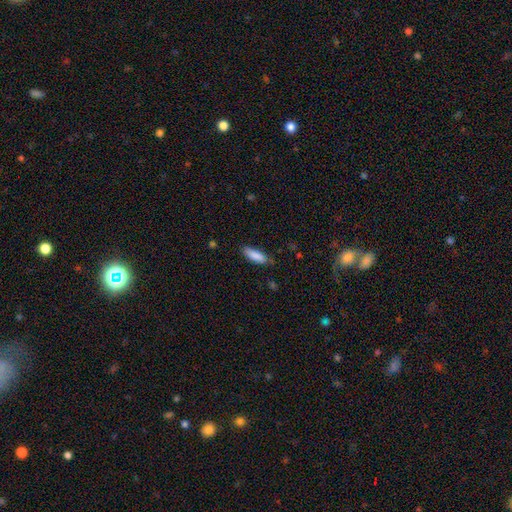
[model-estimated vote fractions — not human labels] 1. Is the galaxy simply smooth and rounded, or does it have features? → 87% smooth, 7% featured or disk, 6% star or artifact.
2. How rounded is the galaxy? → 58% in between, 41% cigar-shaped, 1% round.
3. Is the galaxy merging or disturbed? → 78% none, 18% minor disturbance, 3% major disturbance, 1% merger.